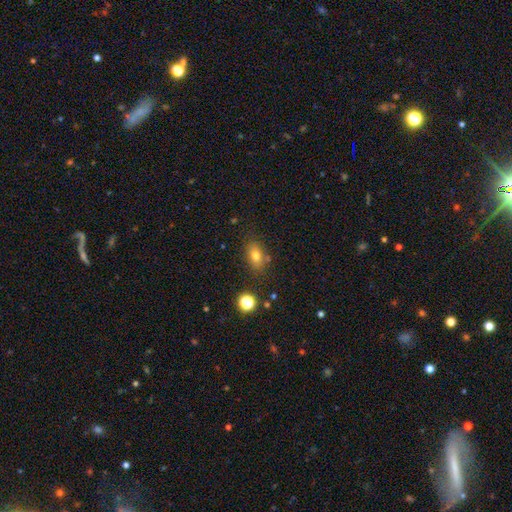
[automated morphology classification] smooth_or_featured: smooth (p=0.76) [alt: star or artifact p=0.13]
how_rounded: in between (p=0.78) [alt: round p=0.19]
merging: none (p=0.77) [alt: minor disturbance p=0.13]